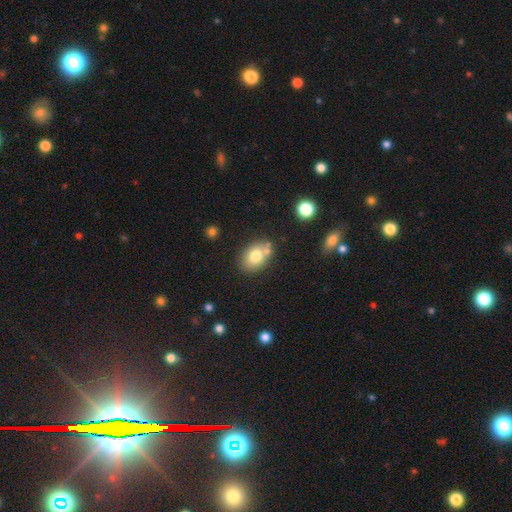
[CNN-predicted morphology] Smooth or featured?
  - smooth: 75% *
  - featured or disk: 15%
  - star or artifact: 9%
How rounded?
  - in between: 77% *
  - round: 22%
  - cigar-shaped: 1%
Merging?
  - none: 65% *
  - minor disturbance: 16%
  - merger: 15%
  - major disturbance: 4%